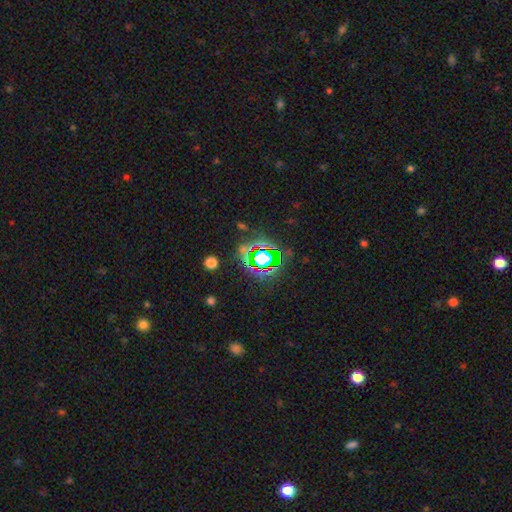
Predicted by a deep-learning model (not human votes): A star or artifact, not a galaxy (69%).

Vote fractions:
- Smooth or featured? star or artifact: 69% / smooth: 19% / featured or disk: 12%